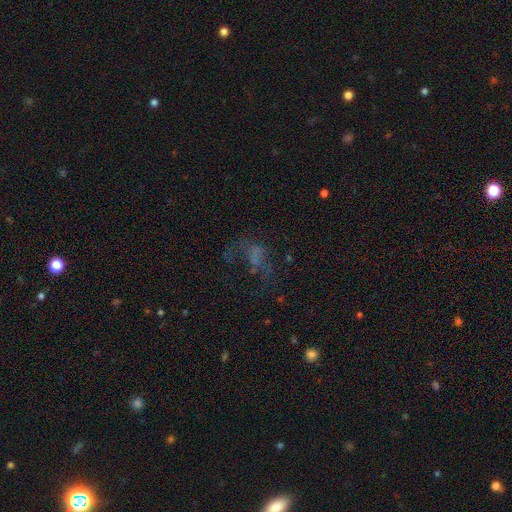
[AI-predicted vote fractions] This appears to be a featured or disk galaxy (40%). Merging: major disturbance (42%).